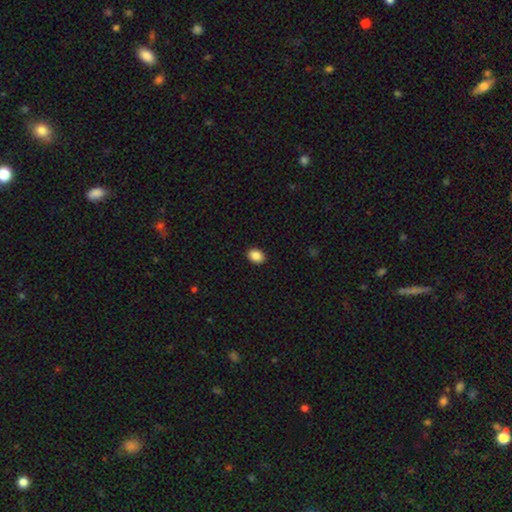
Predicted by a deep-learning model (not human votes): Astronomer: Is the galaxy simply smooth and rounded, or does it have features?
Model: smooth — 88%.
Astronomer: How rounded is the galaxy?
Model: in between — 67%.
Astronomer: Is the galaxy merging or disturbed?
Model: none — 91%.